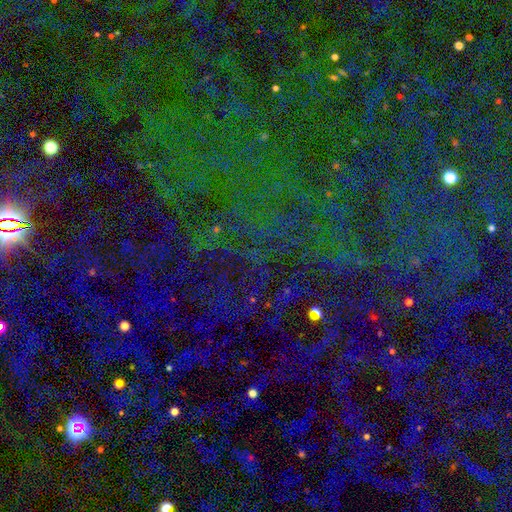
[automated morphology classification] A star or artifact, not a galaxy (77%).

Vote fractions:
- Smooth or featured? star or artifact: 77% / smooth: 14% / featured or disk: 9%